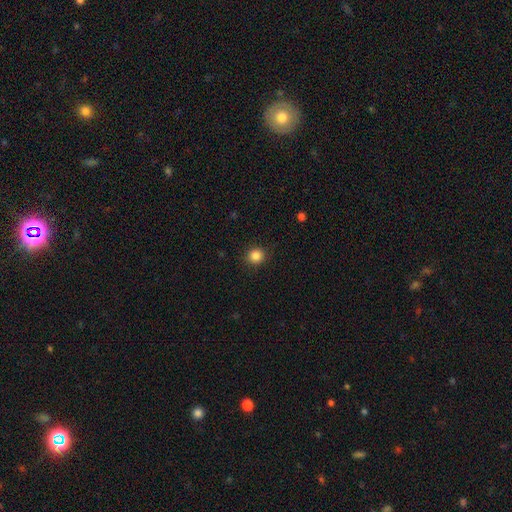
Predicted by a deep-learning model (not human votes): Morphology: type=smooth (85%); roundness=round (90%); merging=none (90%).